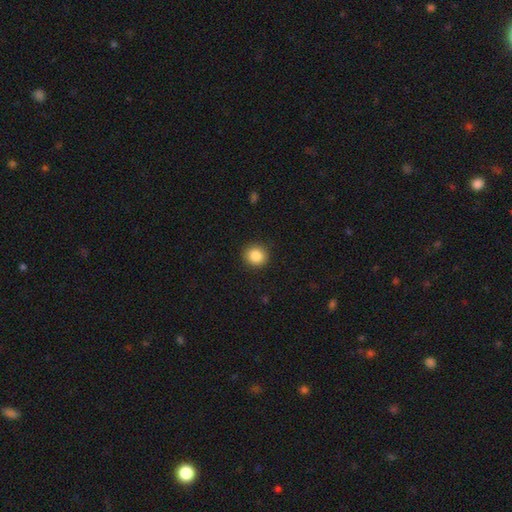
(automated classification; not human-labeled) Smooth or featured?
  - smooth: 87% *
  - star or artifact: 9%
  - featured or disk: 4%
How rounded?
  - round: 91% *
  - in between: 8%
  - cigar-shaped: 1%
Merging?
  - none: 90% *
  - minor disturbance: 7%
  - major disturbance: 2%
  - merger: 1%